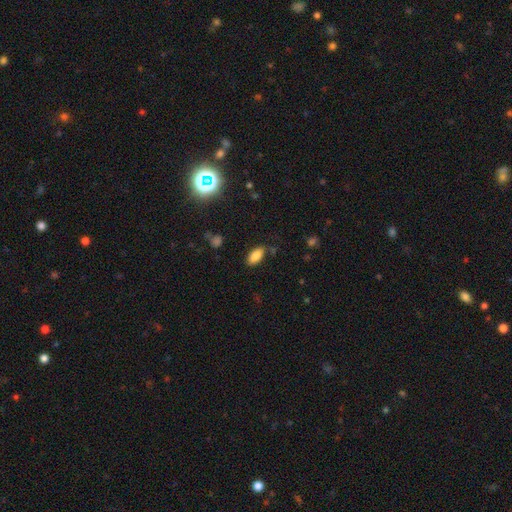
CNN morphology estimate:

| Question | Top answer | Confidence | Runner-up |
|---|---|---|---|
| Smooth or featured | smooth | 85% | star or artifact (9%) |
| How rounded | in between | 89% | cigar-shaped (9%) |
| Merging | none | 81% | minor disturbance (13%) |